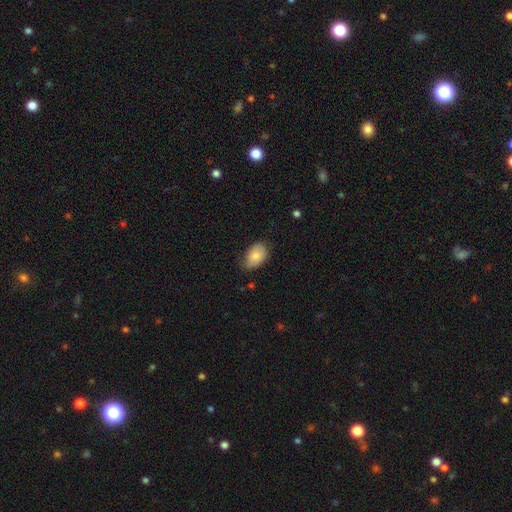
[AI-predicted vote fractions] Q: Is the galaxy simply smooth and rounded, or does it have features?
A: smooth — 82%.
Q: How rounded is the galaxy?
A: in between — 89%.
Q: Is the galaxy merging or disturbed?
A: none — 66%.